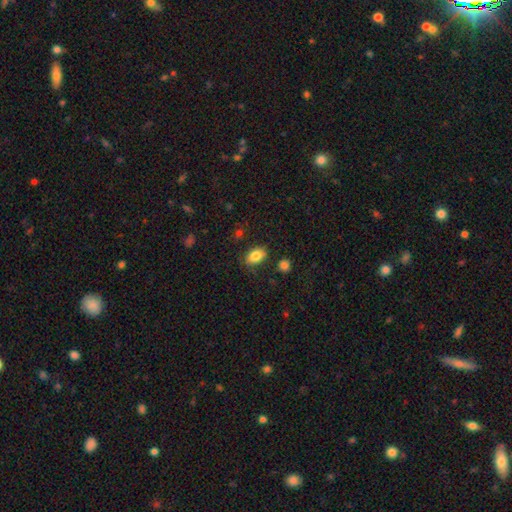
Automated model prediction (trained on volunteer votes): smooth_or_featured: smooth (p=0.84) [alt: featured or disk p=0.08]
how_rounded: in between (p=0.89) [alt: round p=0.10]
merging: none (p=0.80) [alt: minor disturbance p=0.14]